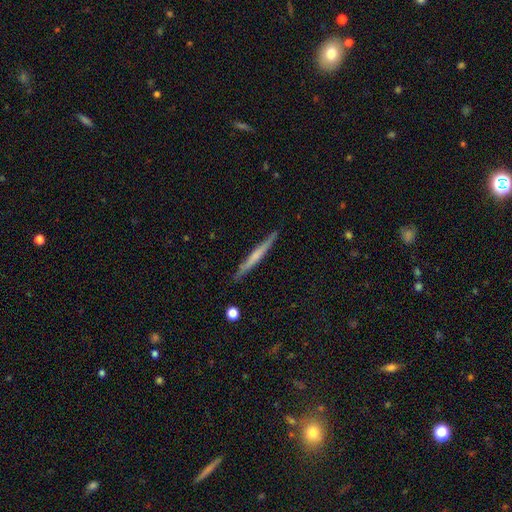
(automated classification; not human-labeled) Q: Smooth or featured?
A: featured or disk (51%); runner-up: smooth (42%)
Q: Edge-on disk?
A: yes (97%); runner-up: no (3%)
Q: Merging?
A: none (89%); runner-up: minor disturbance (8%)